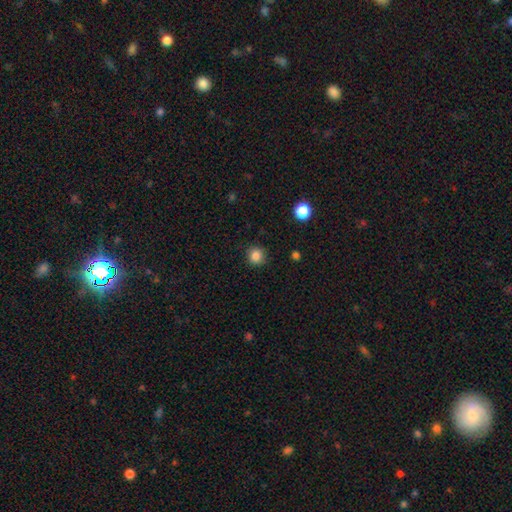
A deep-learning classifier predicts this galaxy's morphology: smooth-or-featured: smooth: 85% | star or artifact: 11% | featured or disk: 4%
  how-rounded: round: 91% | in between: 8% | cigar-shaped: 1%
  merging: none: 89% | minor disturbance: 8% | major disturbance: 2% | merger: 1%